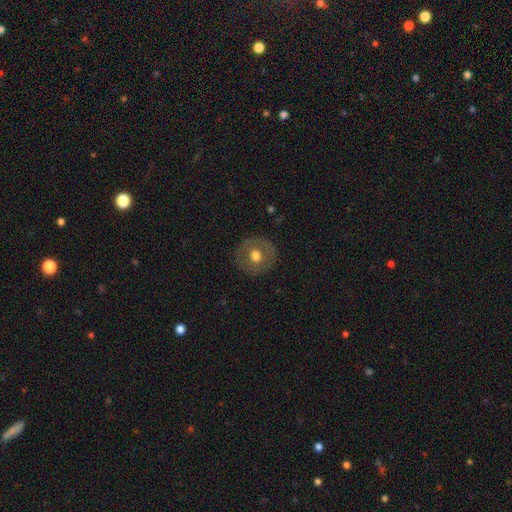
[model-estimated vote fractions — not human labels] Overall: smooth (56%; featured or disk 36%). How rounded: round (90%). Merging: none (86%).